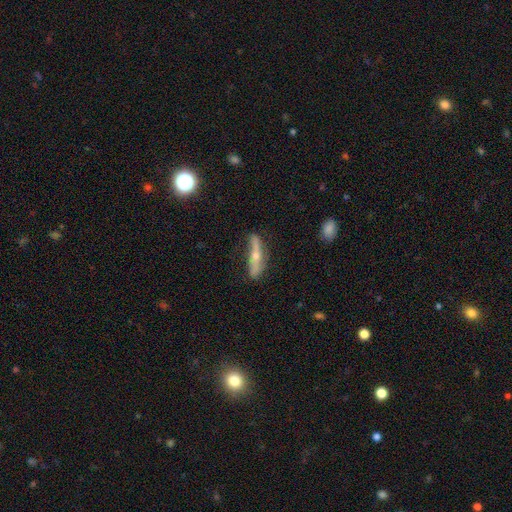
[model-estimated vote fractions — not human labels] Q: Smooth or featured?
A: featured or disk (57%); runner-up: smooth (36%)
Q: Edge-on disk?
A: yes (78%); runner-up: no (22%)
Q: Merging?
A: none (70%); runner-up: minor disturbance (22%)